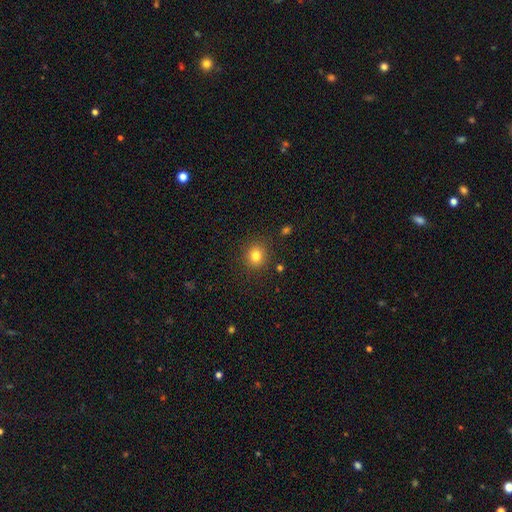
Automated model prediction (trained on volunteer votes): The model was most divided on "smooth or featured": smooth: 81%, star or artifact: 12%, featured or disk: 7%. More confident: merging — none (87%); how rounded — round (85%).